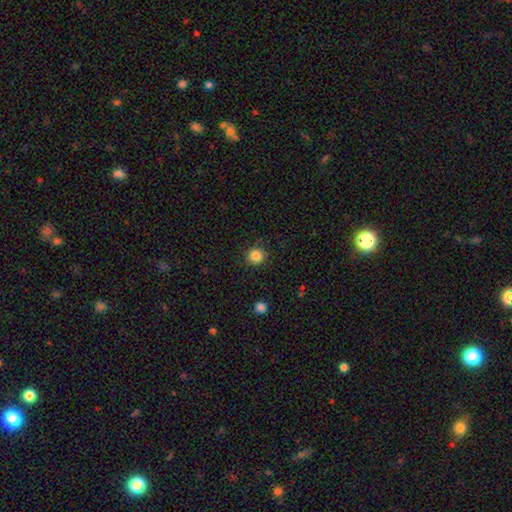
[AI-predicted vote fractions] A smooth galaxy with no disk features (85%) that is round (92%).

Vote fractions:
- Smooth or featured? smooth: 85% / star or artifact: 11% / featured or disk: 4%
- How rounded? round: 92% / in between: 7% / cigar-shaped: 1%
- Merging? none: 87% / minor disturbance: 9% / major disturbance: 3% / merger: 1%